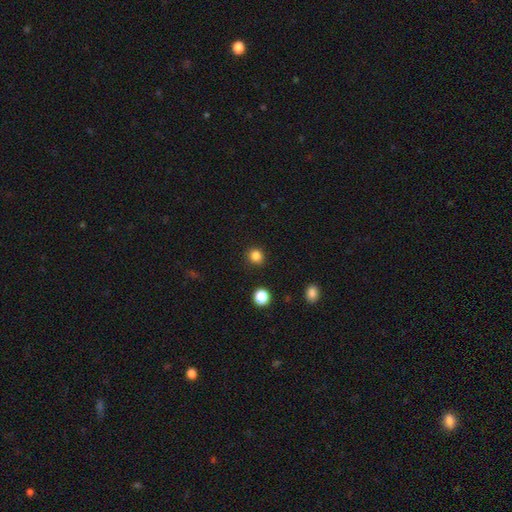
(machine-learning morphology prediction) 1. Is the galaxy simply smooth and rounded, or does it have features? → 84% smooth, 13% star or artifact, 4% featured or disk.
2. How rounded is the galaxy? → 85% round, 15% in between, 1% cigar-shaped.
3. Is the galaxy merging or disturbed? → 89% none, 8% minor disturbance, 2% major disturbance, 2% merger.